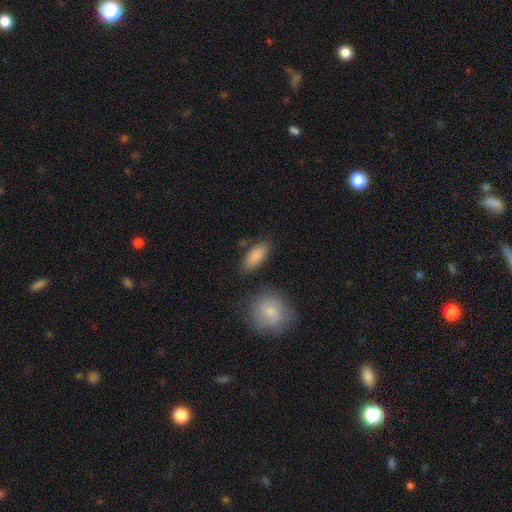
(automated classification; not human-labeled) Smooth or featured: smooth — 88% (star or artifact — 6%)
How rounded: in between — 86% (cigar-shaped — 11%)
Merging: none — 78% (minor disturbance — 14%)